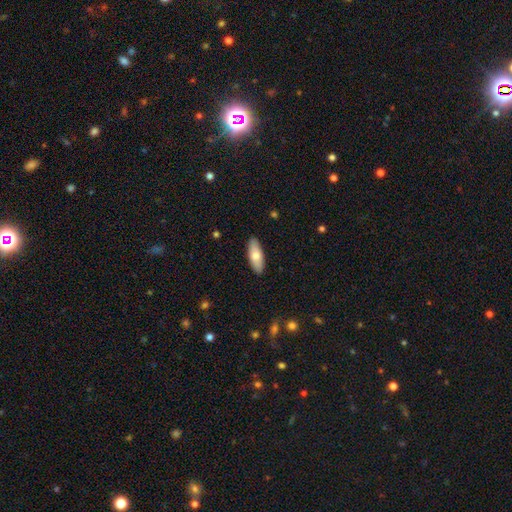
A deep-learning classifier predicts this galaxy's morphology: Smooth or featured? smooth (72%)
How rounded? in between (71%)
Merging? none (90%)